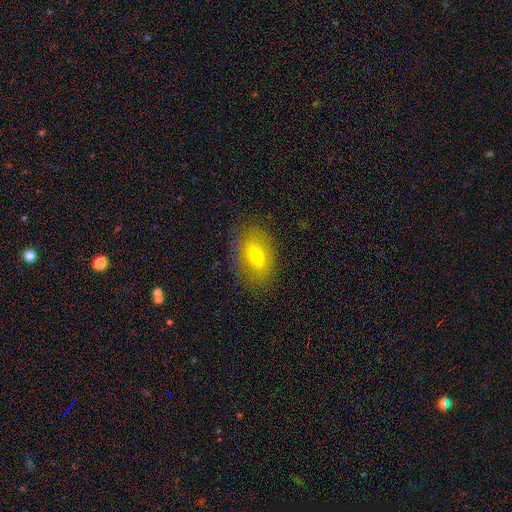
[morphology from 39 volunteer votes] smooth-or-featured: smooth: 77% | featured or disk: 18% | star or artifact: 5%
  how-rounded: in between: 80% | round: 20% | cigar-shaped: 0%
  merging: none: 78% | minor disturbance: 11% | major disturbance: 11% | merger: 0%